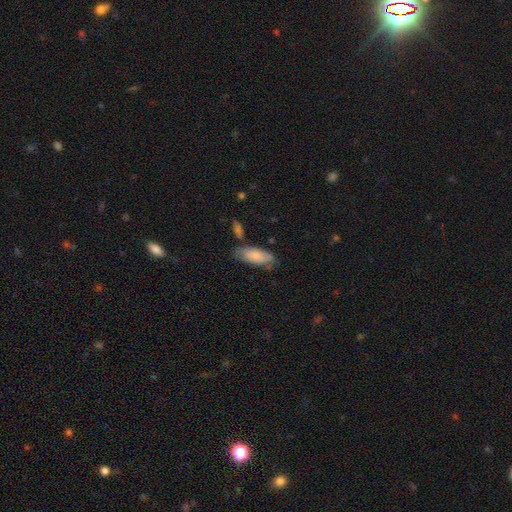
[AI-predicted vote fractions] A smooth galaxy with no disk features (82%) that is in between round and cigar-shaped (80%).

Vote fractions:
- Smooth or featured? smooth: 82% / featured or disk: 12% / star or artifact: 6%
- How rounded? in between: 80% / cigar-shaped: 19% / round: 2%
- Merging? none: 65% / minor disturbance: 22% / merger: 8% / major disturbance: 5%